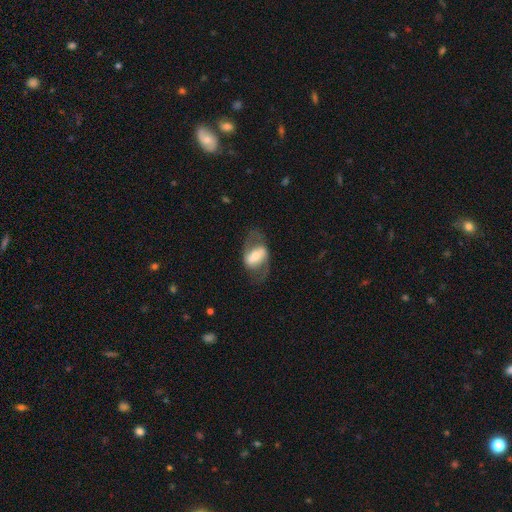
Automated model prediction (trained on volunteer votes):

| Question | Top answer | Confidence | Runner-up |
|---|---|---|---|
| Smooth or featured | featured or disk | 63% | smooth (30%) |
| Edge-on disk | no | 91% | yes (9%) |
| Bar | strong | 54% | weak (28%) |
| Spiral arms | yes | 65% | no (35%) |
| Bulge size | moderate | 43% | small (33%) |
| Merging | none | 64% | major disturbance (17%) |